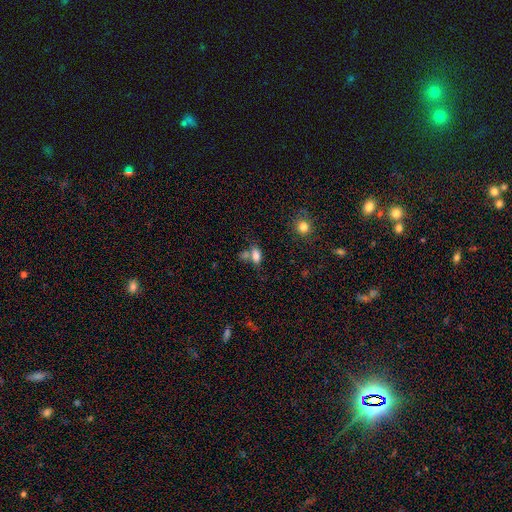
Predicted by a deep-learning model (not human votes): This appears to be a smooth galaxy with no disk features (81%) that is in between round and cigar-shaped (87%). Merging: none (44%).